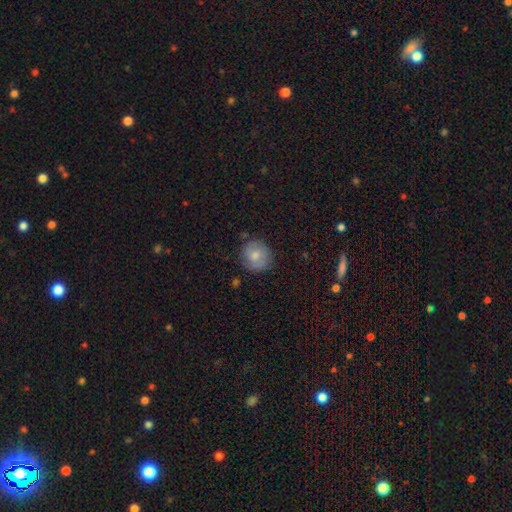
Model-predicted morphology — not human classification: type=smooth (76%); roundness=round (86%); merging=none (79%).